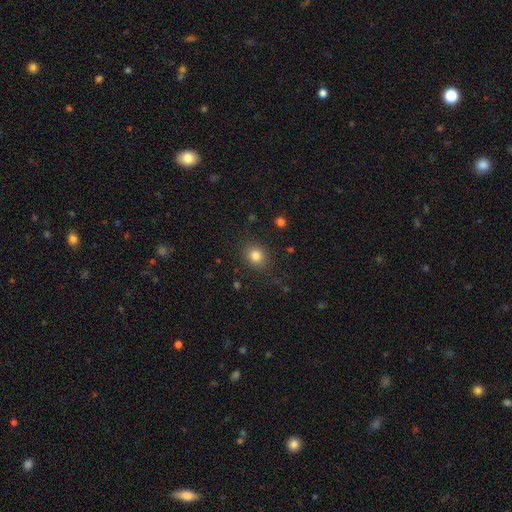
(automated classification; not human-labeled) Smooth or featured? Predicted: smooth (p=0.82). How rounded? Predicted: round (p=0.71). Merging? Predicted: none (p=0.85).